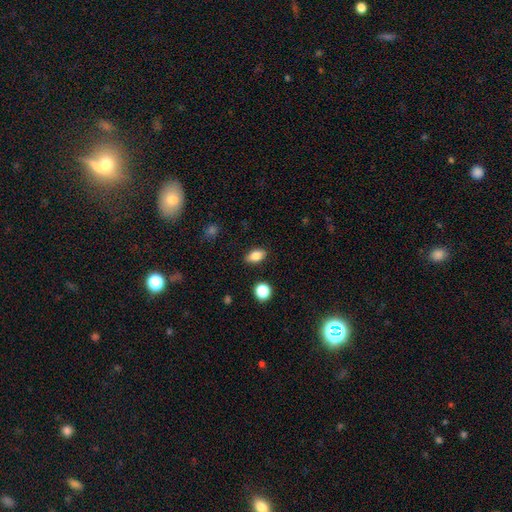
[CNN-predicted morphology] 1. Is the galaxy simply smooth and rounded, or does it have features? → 80% smooth, 11% featured or disk, 9% star or artifact.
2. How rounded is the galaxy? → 84% in between, 10% round, 7% cigar-shaped.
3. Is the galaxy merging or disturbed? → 86% none, 10% minor disturbance, 2% major disturbance, 2% merger.